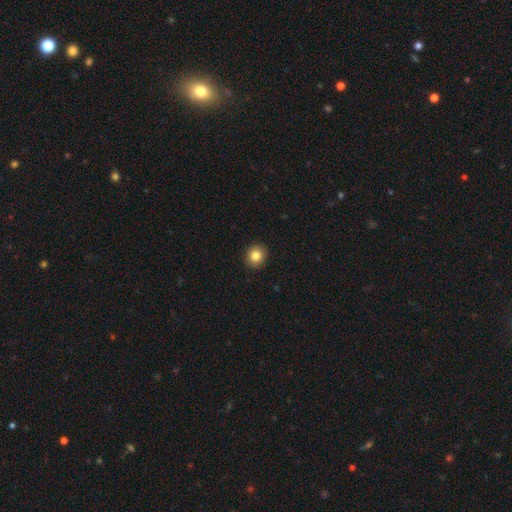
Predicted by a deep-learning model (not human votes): Smooth or featured: smooth — 83% (star or artifact — 10%)
How rounded: round — 87% (in between — 12%)
Merging: none — 93% (minor disturbance — 5%)